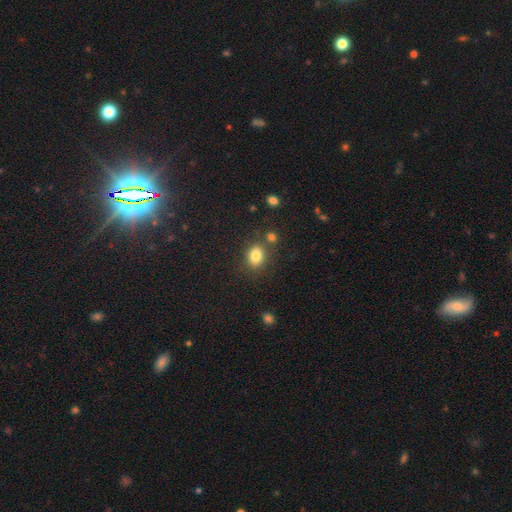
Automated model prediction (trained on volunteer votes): Morphology: type=smooth (82%); roundness=in between (58%); merging=none (72%).